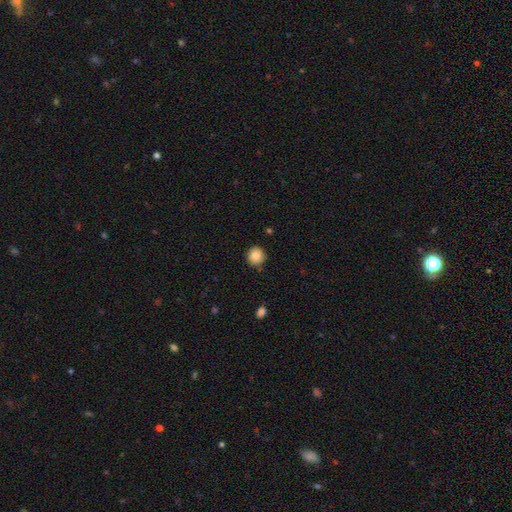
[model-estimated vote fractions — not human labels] smooth 87%, star or artifact 9%, featured or disk 4%. Down the decision tree: how rounded — round (93%); merging — none (86%).